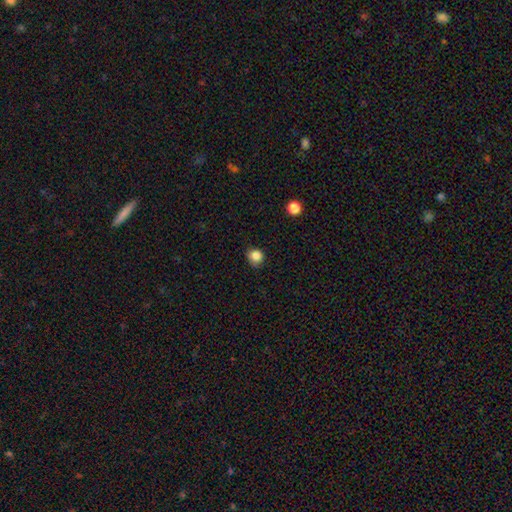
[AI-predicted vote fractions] Smooth or featured: smooth — 84% (star or artifact — 12%)
How rounded: round — 86% (in between — 13%)
Merging: none — 80% (minor disturbance — 16%)